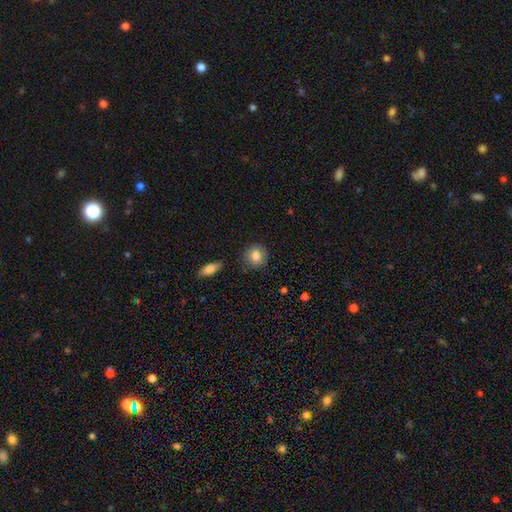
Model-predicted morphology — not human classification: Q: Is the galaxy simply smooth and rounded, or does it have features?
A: smooth — 81%.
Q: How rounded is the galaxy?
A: round — 84%.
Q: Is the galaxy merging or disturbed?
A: none — 85%.